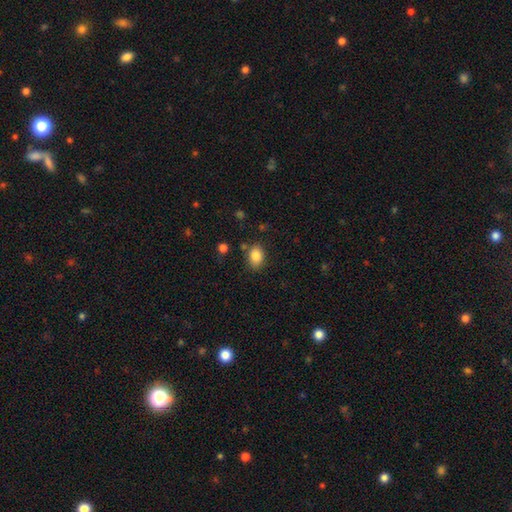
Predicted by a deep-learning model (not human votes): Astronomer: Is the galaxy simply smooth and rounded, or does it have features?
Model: smooth — 85%.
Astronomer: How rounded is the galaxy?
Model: in between — 71%.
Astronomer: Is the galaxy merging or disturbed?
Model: none — 79%.